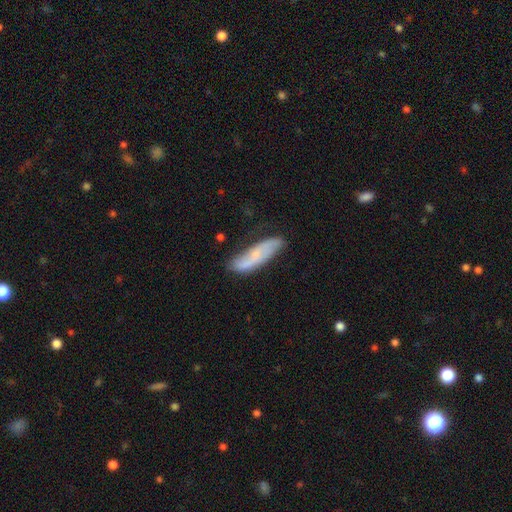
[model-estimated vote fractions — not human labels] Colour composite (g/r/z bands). It shows a featured or disk galaxy (50%). Merging: none (68%).